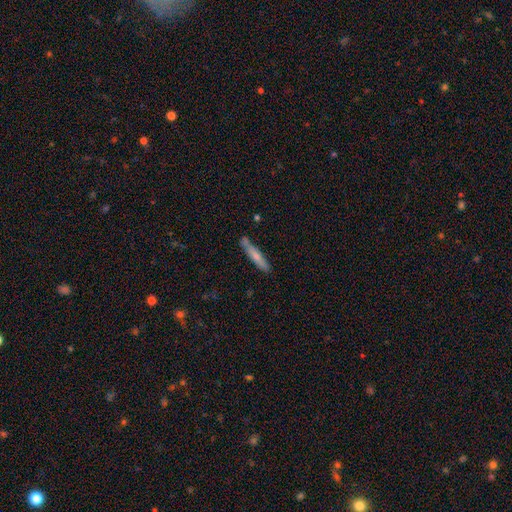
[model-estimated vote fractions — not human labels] A smooth galaxy with no disk features (65%) that is cigar-shaped (92%).

Vote fractions:
- Smooth or featured? smooth: 65% / featured or disk: 29% / star or artifact: 6%
- How rounded? cigar-shaped: 92% / in between: 7% / round: 1%
- Merging? none: 78% / minor disturbance: 15% / merger: 5% / major disturbance: 3%